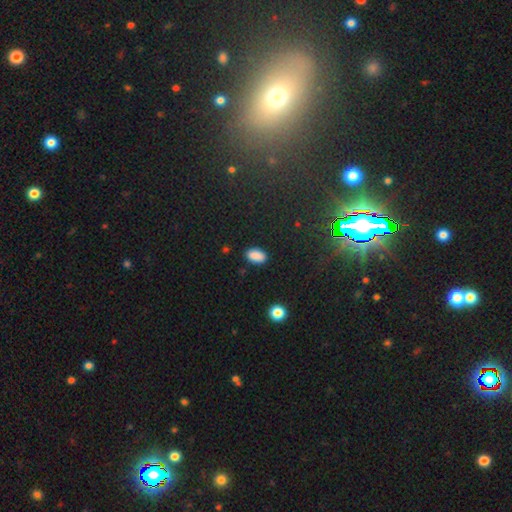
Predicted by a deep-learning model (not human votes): Overall: smooth (87%). How rounded: in between (93%). Merging: none (85%).